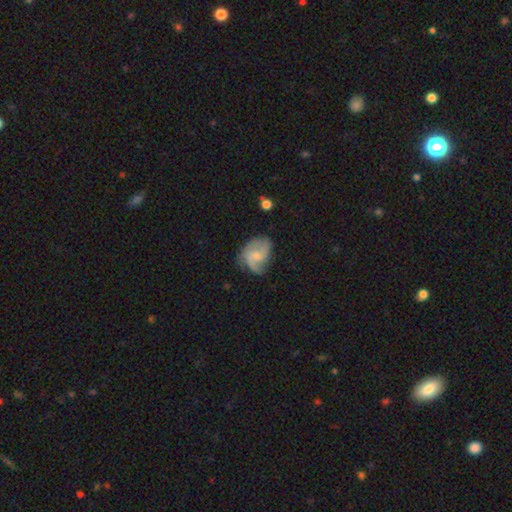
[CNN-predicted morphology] Smooth or featured: featured or disk — 75% (smooth — 19%)
Edge-on disk: no — 98% (yes — 2%)
Bar: no — 55% (weak — 39%)
Spiral arms: yes — 93% (no — 7%)
Spiral winding: medium — 49% (loose — 29%)
Spiral arm count: 2 — 64% (3 — 12%)
Bulge size: small — 51% (moderate — 33%)
Merging: none — 55% (minor disturbance — 27%)